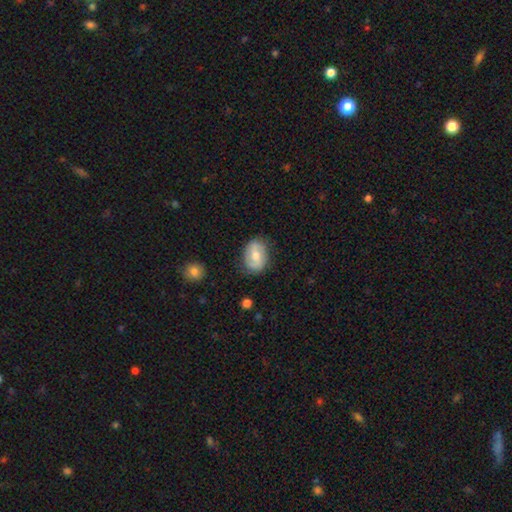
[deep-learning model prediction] A smooth galaxy with no disk features (49%).

Vote fractions:
- Smooth or featured? smooth: 49% / featured or disk: 44% / star or artifact: 7%
- Merging? none: 77% / minor disturbance: 17% / major disturbance: 4% / merger: 1%